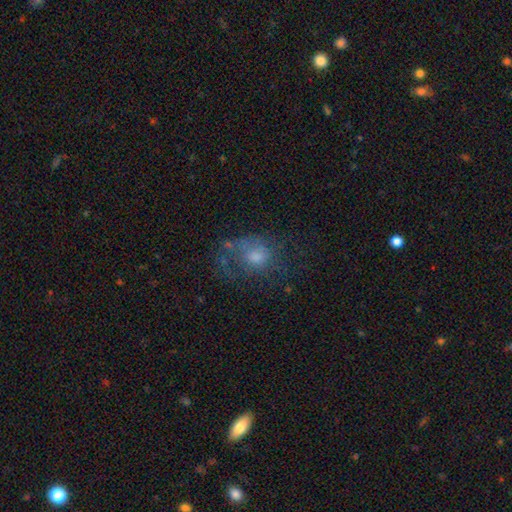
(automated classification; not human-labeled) This appears to be a smooth galaxy with no disk features (51%) that is round (50%). Merging: none (37%).